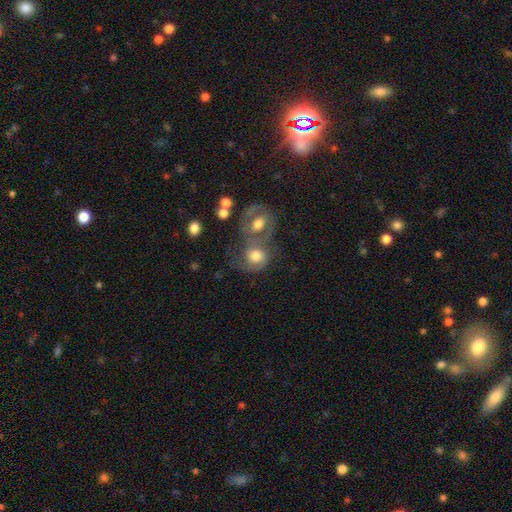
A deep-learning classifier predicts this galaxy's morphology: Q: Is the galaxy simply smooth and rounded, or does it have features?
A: smooth — 56%.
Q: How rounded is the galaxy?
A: round — 69%.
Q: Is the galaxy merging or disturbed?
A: merger — 52%.